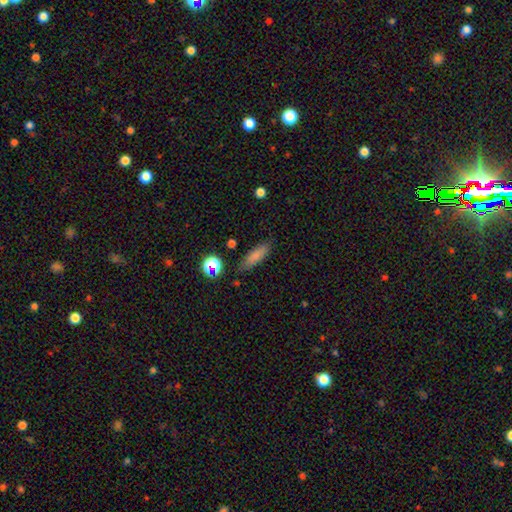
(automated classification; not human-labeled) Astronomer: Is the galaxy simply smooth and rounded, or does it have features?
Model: smooth — 78%.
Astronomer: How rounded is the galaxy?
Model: cigar-shaped — 53% (runner-up: in between, 43%).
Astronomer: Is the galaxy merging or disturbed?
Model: none — 82%.